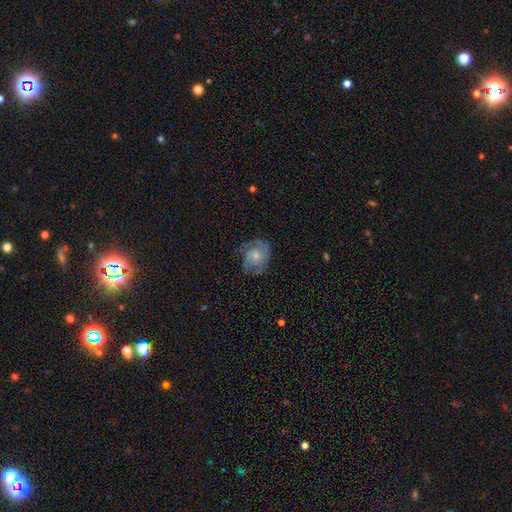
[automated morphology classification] Overall: featured or disk (64%; smooth 28%). Edge-on disk: no (97%). Bar: no (75%). Spiral arms: yes (85%). Spiral arm count: 2 (39%; can't tell 26%). Spiral winding: medium (43%; tight 36%). Bulge size: small (54%; moderate 39%). Merging: none (61%; minor disturbance 23%).